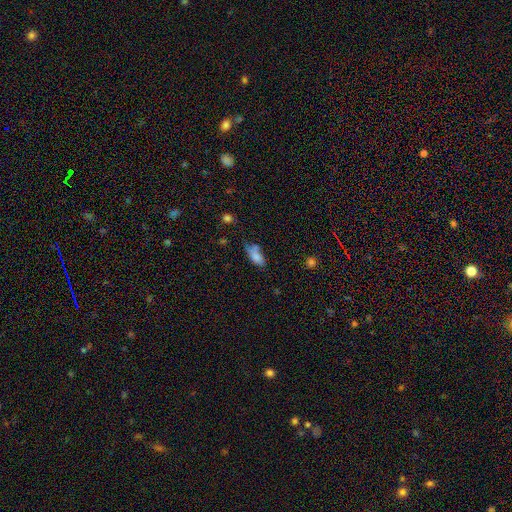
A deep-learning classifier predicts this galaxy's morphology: A smooth galaxy with no disk features (76%) that is in between round and cigar-shaped (80%). Merging: none (41%).